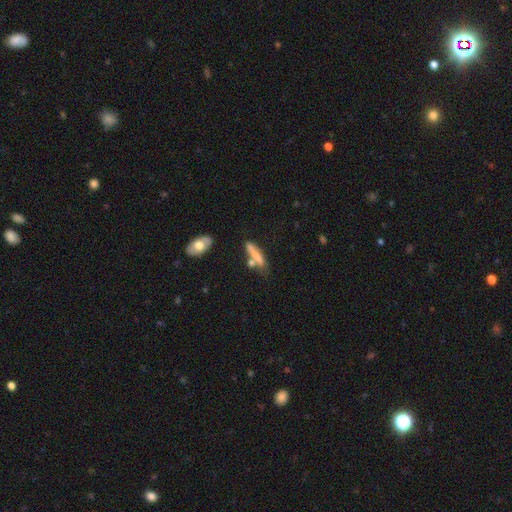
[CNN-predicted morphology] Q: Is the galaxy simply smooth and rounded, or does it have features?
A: smooth — 63%.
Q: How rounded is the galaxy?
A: cigar-shaped — 73%.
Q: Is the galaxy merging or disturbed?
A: none — 51%.